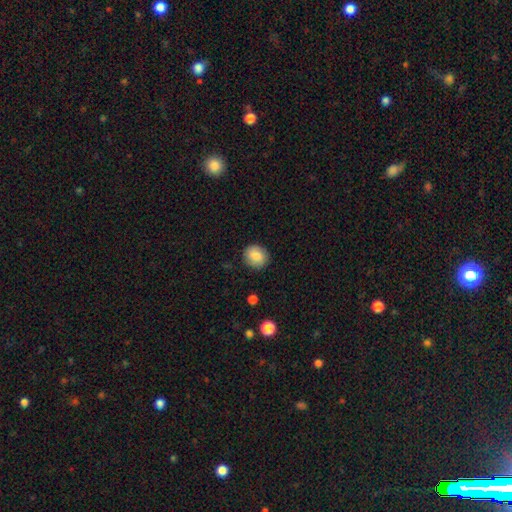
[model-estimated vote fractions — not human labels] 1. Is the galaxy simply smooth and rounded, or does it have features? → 84% smooth, 8% featured or disk, 8% star or artifact.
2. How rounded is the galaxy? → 77% round, 23% in between, 1% cigar-shaped.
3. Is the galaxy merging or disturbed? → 87% none, 9% minor disturbance, 2% major disturbance, 1% merger.